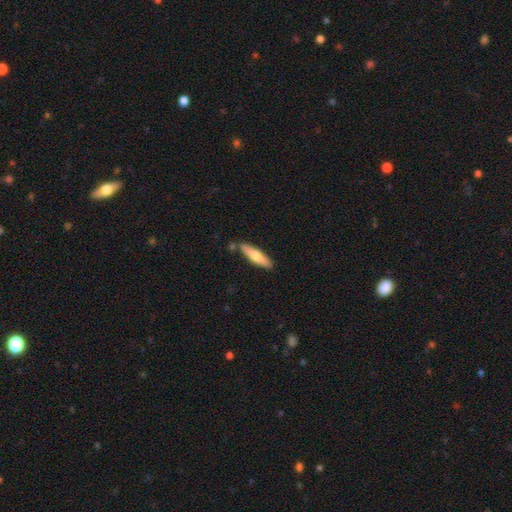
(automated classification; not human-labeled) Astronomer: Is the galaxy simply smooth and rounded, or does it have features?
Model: smooth — 64%.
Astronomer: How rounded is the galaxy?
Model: cigar-shaped — 75%.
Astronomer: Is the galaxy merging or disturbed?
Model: none — 82%.